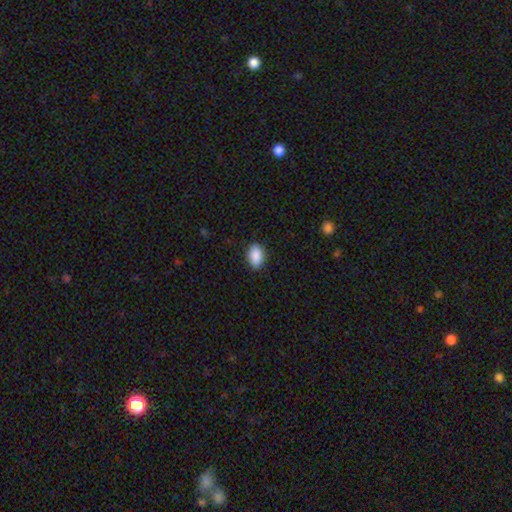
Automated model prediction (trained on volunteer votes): smooth 90%, star or artifact 7%, featured or disk 3%. Down the decision tree: how rounded — in between (90%); merging — none (87%).